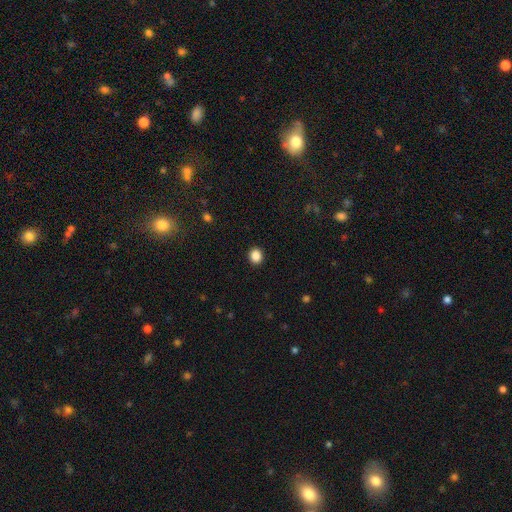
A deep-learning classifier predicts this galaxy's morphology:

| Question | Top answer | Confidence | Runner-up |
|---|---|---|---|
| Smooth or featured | smooth | 87% | star or artifact (10%) |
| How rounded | round | 76% | in between (23%) |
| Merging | none | 92% | minor disturbance (5%) |